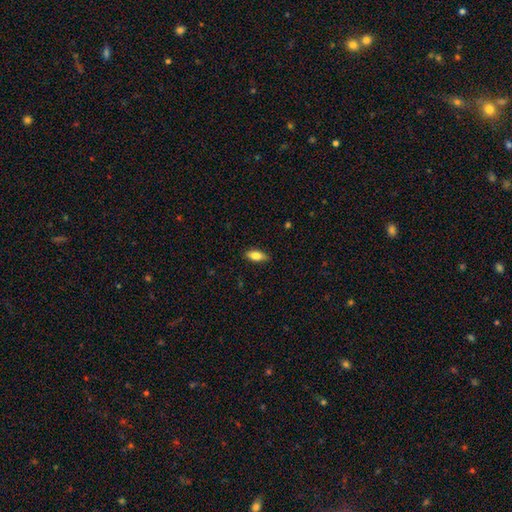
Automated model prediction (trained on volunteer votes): smooth 81%, featured or disk 12%, star or artifact 7%. Down the decision tree: how rounded — in between (83%); merging — none (86%).